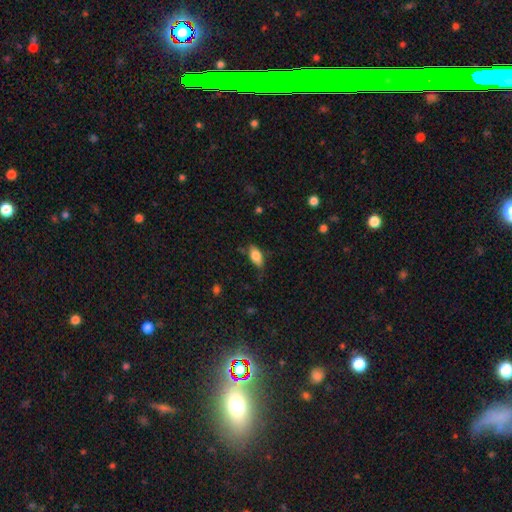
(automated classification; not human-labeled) Smooth or featured?
  - smooth: 80% *
  - featured or disk: 12%
  - star or artifact: 8%
How rounded?
  - in between: 88% *
  - cigar-shaped: 8%
  - round: 5%
Merging?
  - none: 64% *
  - minor disturbance: 27%
  - major disturbance: 7%
  - merger: 2%